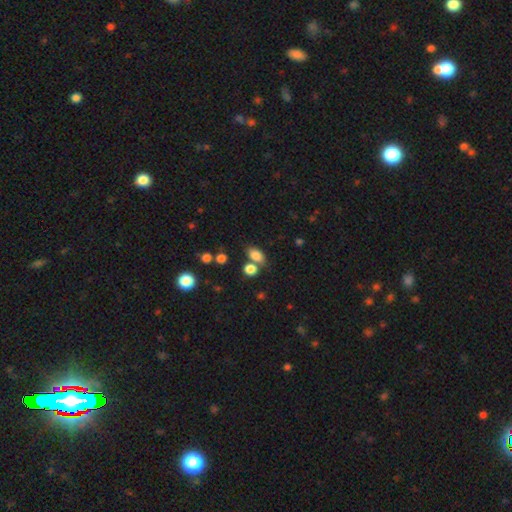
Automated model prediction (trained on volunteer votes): smooth 81%, star or artifact 11%, featured or disk 7%. Down the decision tree: how rounded — in between (83%); merging — none (57%).